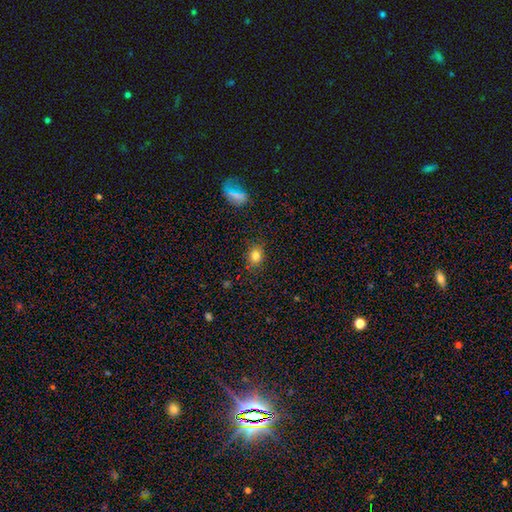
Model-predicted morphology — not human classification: Q: Smooth or featured?
A: smooth (81%); runner-up: star or artifact (12%)
Q: How rounded?
A: round (51%); runner-up: in between (48%)
Q: Merging?
A: none (85%); runner-up: minor disturbance (11%)